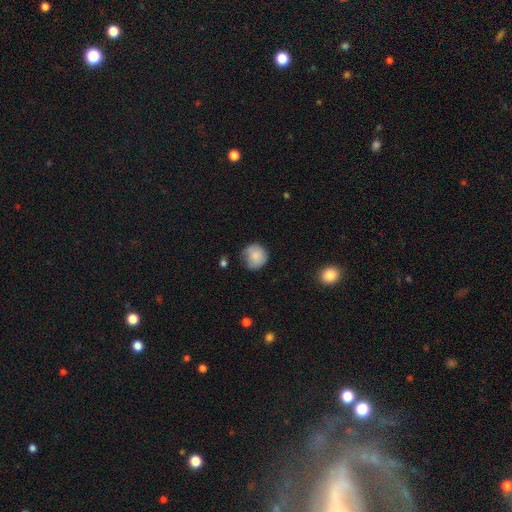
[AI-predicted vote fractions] Morphology: type=smooth (83%); roundness=round (87%); merging=none (61%).